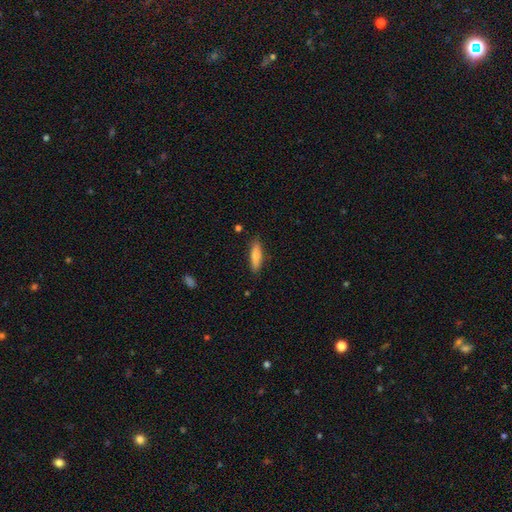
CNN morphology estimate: A smooth galaxy with no disk features (82%) that is cigar-shaped (64%).

Vote fractions:
- Smooth or featured? smooth: 82% / featured or disk: 12% / star or artifact: 6%
- How rounded? cigar-shaped: 64% / in between: 35% / round: 2%
- Merging? none: 84% / minor disturbance: 12% / major disturbance: 2% / merger: 2%